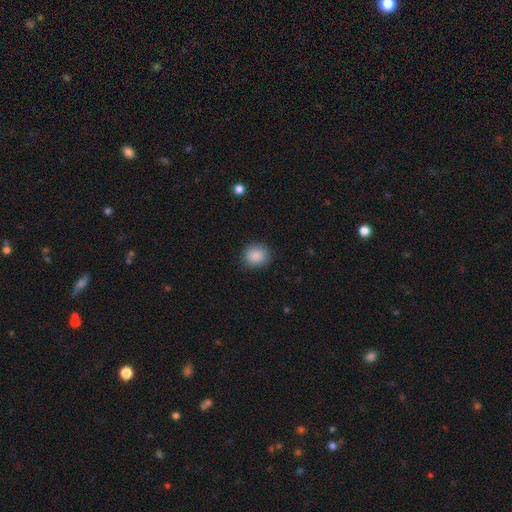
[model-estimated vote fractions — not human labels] A smooth galaxy with no disk features (88%) that is round (77%).

Vote fractions:
- Smooth or featured? smooth: 88% / star or artifact: 8% / featured or disk: 3%
- How rounded? round: 77% / in between: 22% / cigar-shaped: 1%
- Merging? none: 88% / minor disturbance: 9% / major disturbance: 3% / merger: 1%